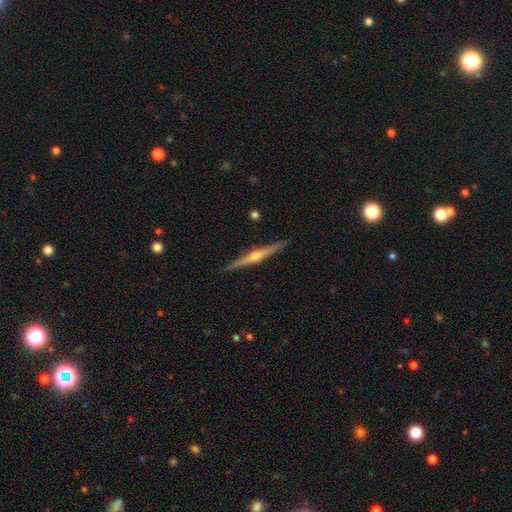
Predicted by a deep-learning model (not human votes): The model was most divided on "smooth or featured": featured or disk: 77%, smooth: 18%, star or artifact: 5%. More confident: edge-on disk — yes (98%); merging — none (91%); edge-on bulge — rounded (90%).